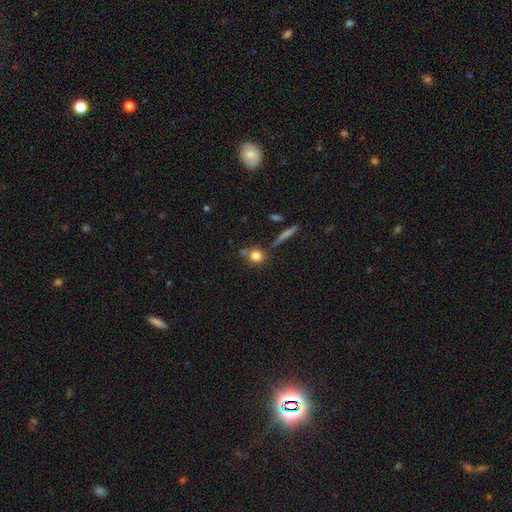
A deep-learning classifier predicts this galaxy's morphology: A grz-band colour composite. It shows a smooth galaxy with no disk features (80%) that is round (78%). Merging: none (69%).